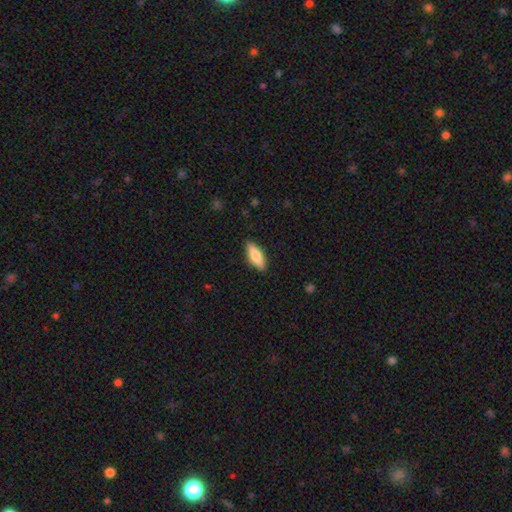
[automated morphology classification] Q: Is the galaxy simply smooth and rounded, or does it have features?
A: smooth — 70%.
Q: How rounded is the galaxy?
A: in between — 57%.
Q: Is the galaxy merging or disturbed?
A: none — 89%.